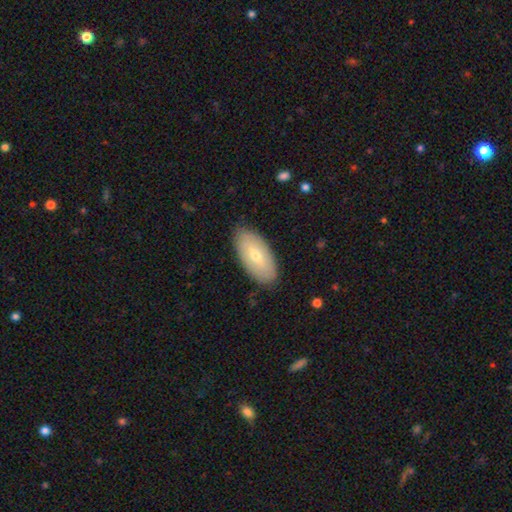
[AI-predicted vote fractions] A smooth galaxy with no disk features (58%) that is in between round and cigar-shaped (91%). Merging: none (86%).